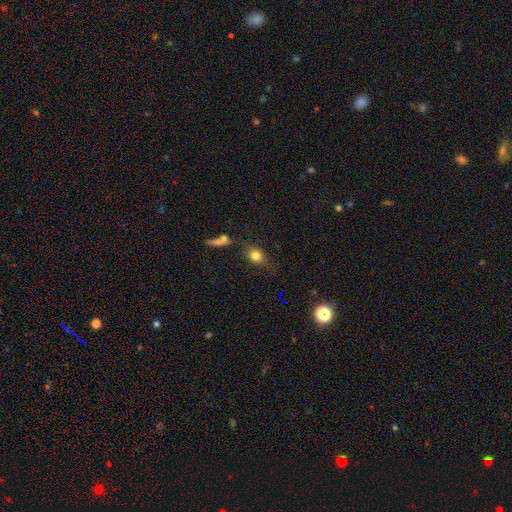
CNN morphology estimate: A smooth galaxy with no disk features (77%) that is round (52%). Merging: none (71%).